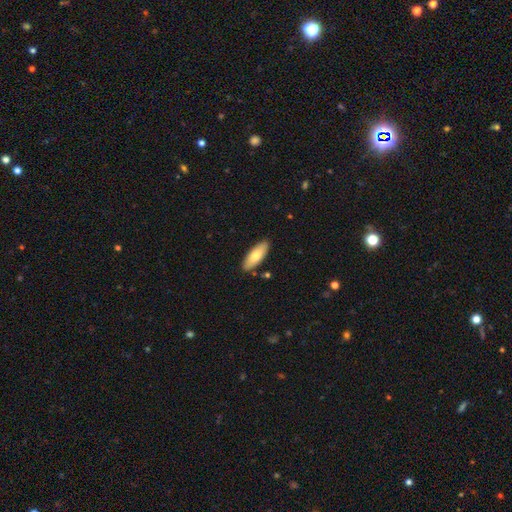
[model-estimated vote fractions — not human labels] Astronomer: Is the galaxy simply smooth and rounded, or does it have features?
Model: smooth — 76%.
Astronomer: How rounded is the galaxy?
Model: in between — 71%.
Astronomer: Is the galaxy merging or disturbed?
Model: none — 87%.